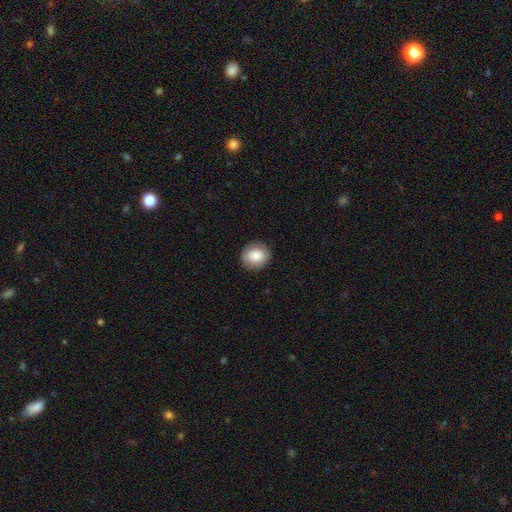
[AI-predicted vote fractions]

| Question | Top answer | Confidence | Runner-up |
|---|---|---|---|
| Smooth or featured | smooth | 84% | featured or disk (9%) |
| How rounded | round | 80% | in between (19%) |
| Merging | none | 87% | minor disturbance (9%) |